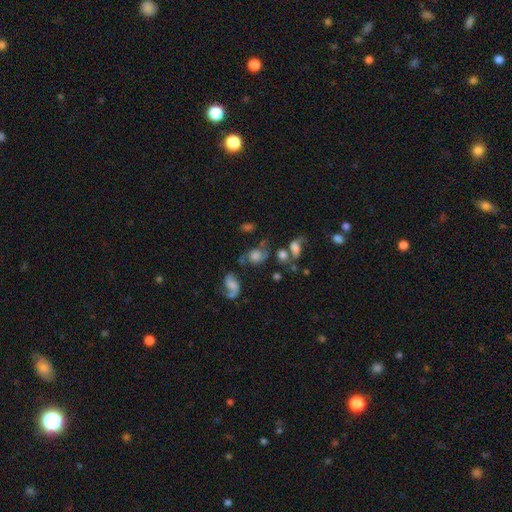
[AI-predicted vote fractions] Q: Smooth or featured?
A: smooth (52%); runner-up: featured or disk (32%)
Q: How rounded?
A: round (49%); tied with: in between (49%)
Q: Merging?
A: none (47%); runner-up: minor disturbance (21%)